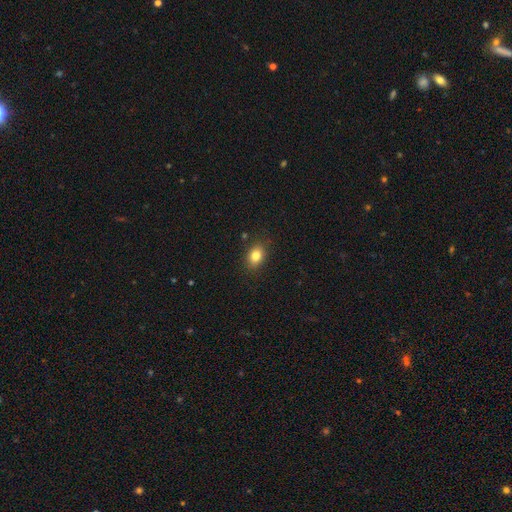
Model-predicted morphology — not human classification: smooth 82%, star or artifact 10%, featured or disk 8%. Down the decision tree: how rounded — in between (69%); merging — none (86%).